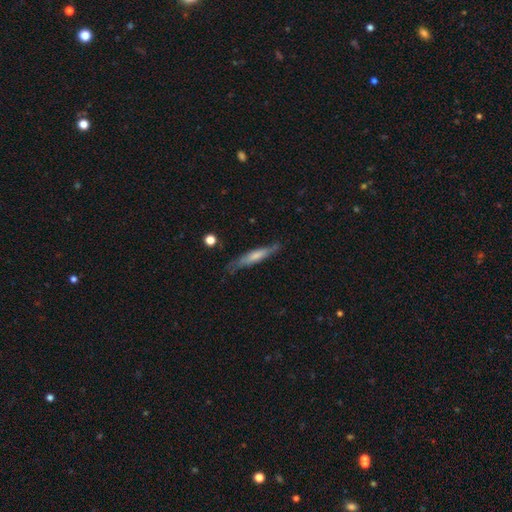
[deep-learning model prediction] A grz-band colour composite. It shows a smooth galaxy with no disk features (54%) that is cigar-shaped (90%). Merging: none (72%).